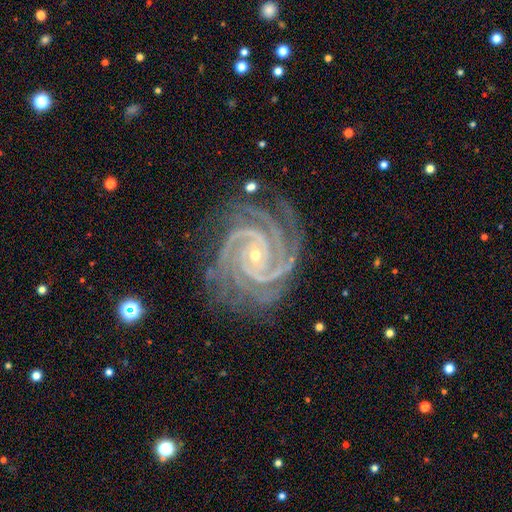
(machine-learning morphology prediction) A featured or disk galaxy (94%) with no bar (62%), 3 (29%) tight (79%) spiral arms (99%) and a small central bulge (73%).

Vote fractions:
- Smooth or featured? featured or disk: 94% / star or artifact: 4% / smooth: 2%
- Edge-on disk? no: 98% / yes: 2%
- Bar? no: 62% / weak: 22% / strong: 16%
- Spiral arms? yes: 99% / no: 1%
- Spiral winding? tight: 79% / medium: 19% / loose: 2%
- Spiral arm count? 3: 29% / 4: 27% / 2: 14% / more than 4: 13% / can't tell: 9% / 1: 7%
- Bulge size? small: 73% / moderate: 24% / large: 1% / none: 1% / dominant: 1%
- Merging? none: 76% / minor disturbance: 17% / major disturbance: 6% / merger: 1%